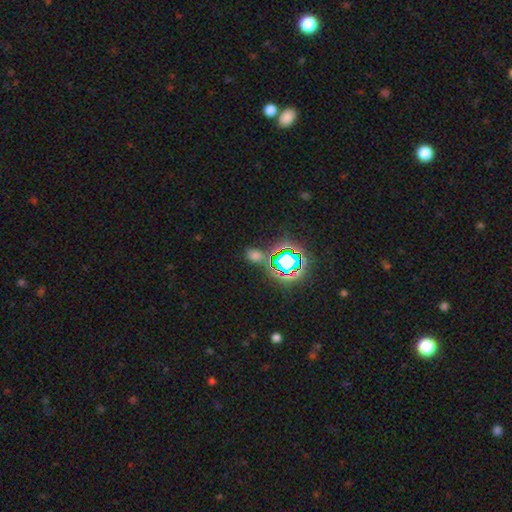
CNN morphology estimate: Smooth or featured?
  - smooth: 51% *
  - star or artifact: 42%
  - featured or disk: 8%
How rounded?
  - in between: 60% *
  - round: 36%
  - cigar-shaped: 3%
Merging?
  - none: 69% *
  - minor disturbance: 13%
  - merger: 11%
  - major disturbance: 6%